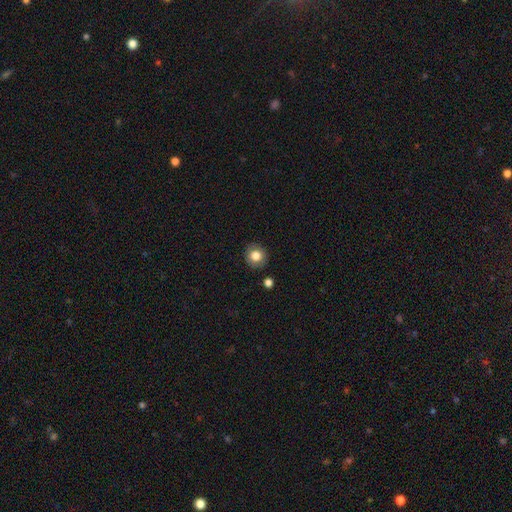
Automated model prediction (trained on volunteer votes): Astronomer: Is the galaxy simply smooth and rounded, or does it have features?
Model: smooth — 80%.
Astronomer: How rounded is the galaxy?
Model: round — 87%.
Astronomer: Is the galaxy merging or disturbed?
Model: none — 87%.